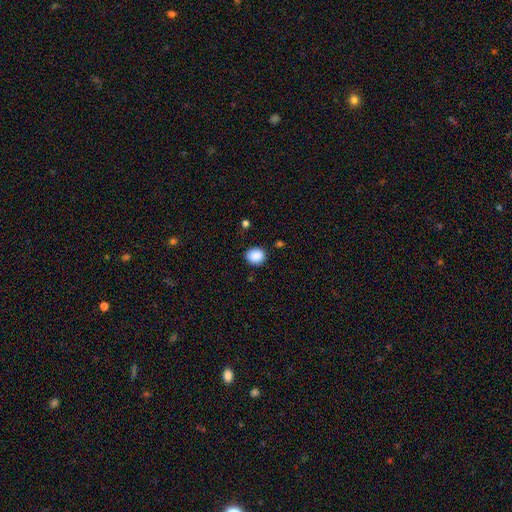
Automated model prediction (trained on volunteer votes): smooth_or_featured: smooth (p=0.89) [alt: star or artifact p=0.08]
how_rounded: round (p=0.57) [alt: in between p=0.42]
merging: none (p=0.84) [alt: minor disturbance p=0.11]